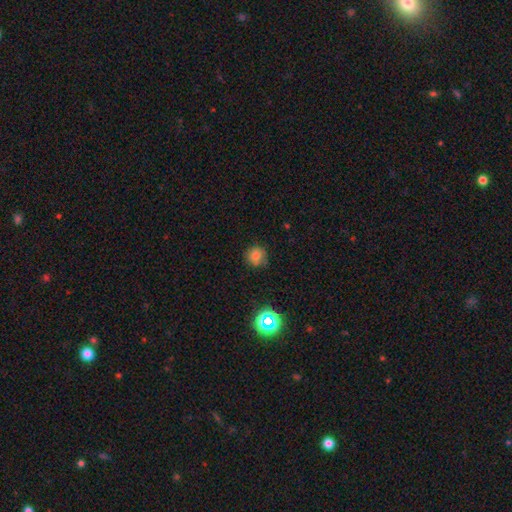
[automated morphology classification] Smooth or featured?
  - smooth: 77% *
  - star or artifact: 16%
  - featured or disk: 7%
How rounded?
  - round: 92% *
  - in between: 7%
  - cigar-shaped: 1%
Merging?
  - none: 81% *
  - minor disturbance: 14%
  - major disturbance: 3%
  - merger: 2%